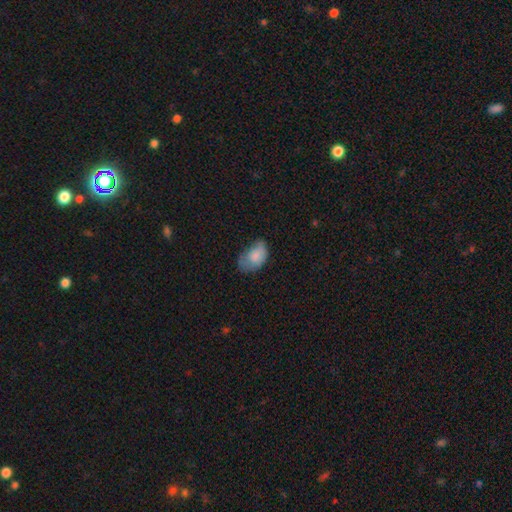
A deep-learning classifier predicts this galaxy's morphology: smooth_or_featured: smooth (p=0.78) [alt: featured or disk p=0.14]
how_rounded: in between (p=0.90) [alt: round p=0.09]
merging: none (p=0.41) [alt: minor disturbance p=0.39]